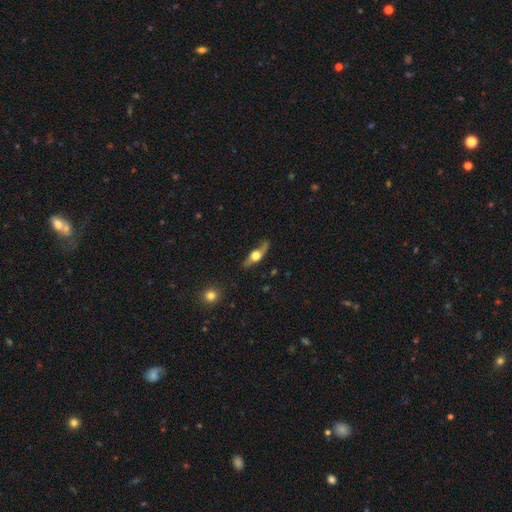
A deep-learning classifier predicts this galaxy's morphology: smooth_or_featured: featured or disk (p=0.64) [alt: smooth p=0.31]
disk_edge_on: yes (p=0.83) [alt: no p=0.17]
edge_on_bulge: rounded (p=0.95) [alt: boxy p=0.03]
merging: none (p=0.76) [alt: minor disturbance p=0.18]